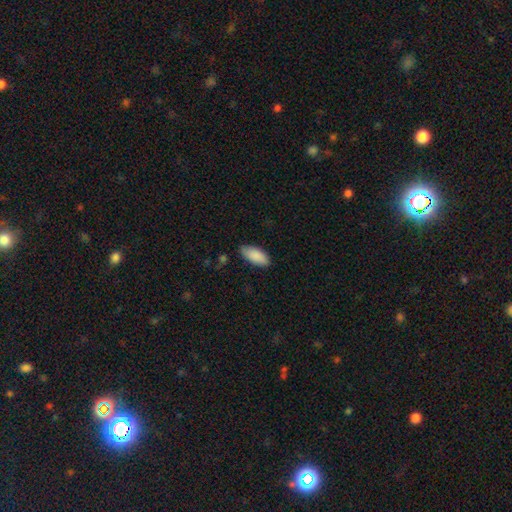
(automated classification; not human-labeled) Smooth or featured? Predicted: smooth (p=0.89). How rounded? Predicted: in between (p=0.90). Merging? Predicted: none (p=0.81).